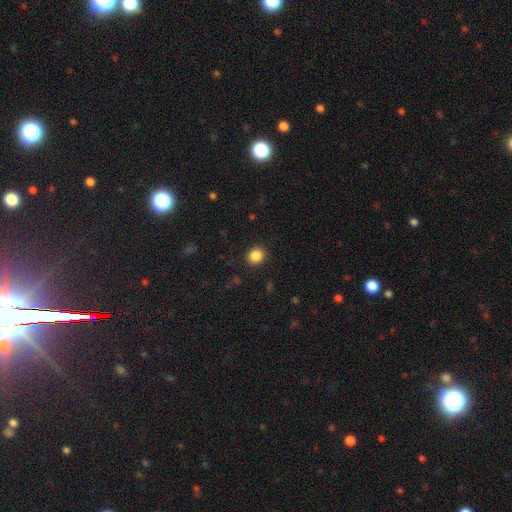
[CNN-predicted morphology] type=smooth (86%); roundness=round (79%); merging=none (90%).